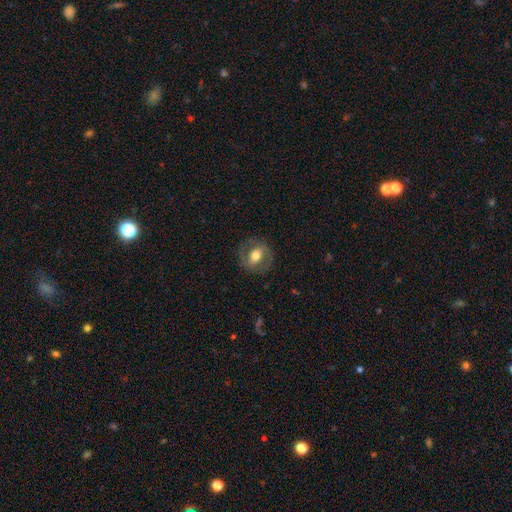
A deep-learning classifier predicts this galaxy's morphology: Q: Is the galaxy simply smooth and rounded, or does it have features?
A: featured or disk — 48%.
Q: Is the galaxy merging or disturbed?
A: none — 80%.